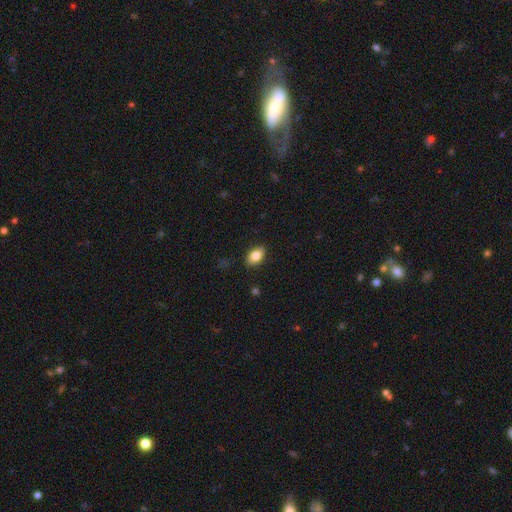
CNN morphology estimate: Smooth or featured: smooth — 82% (featured or disk — 10%)
How rounded: in between — 88% (round — 10%)
Merging: none — 87% (minor disturbance — 9%)